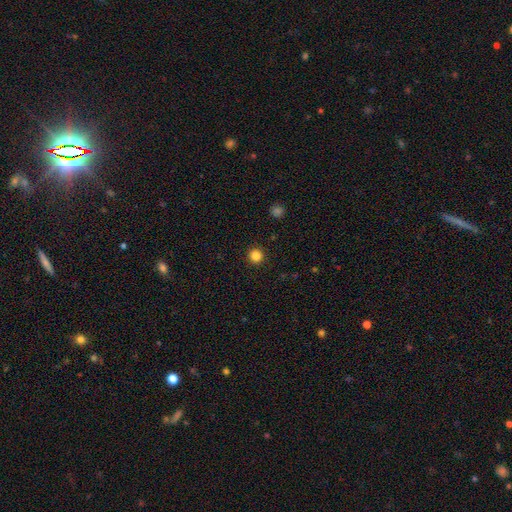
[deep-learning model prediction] This is clearly a smooth galaxy (85%). How rounded: clearly round (96%). Merging: clearly none (93%).